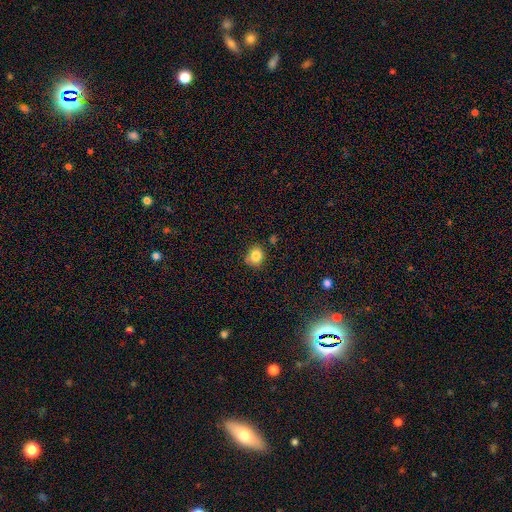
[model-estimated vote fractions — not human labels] Overall: smooth (83%). How rounded: round (75%). Merging: none (73%).